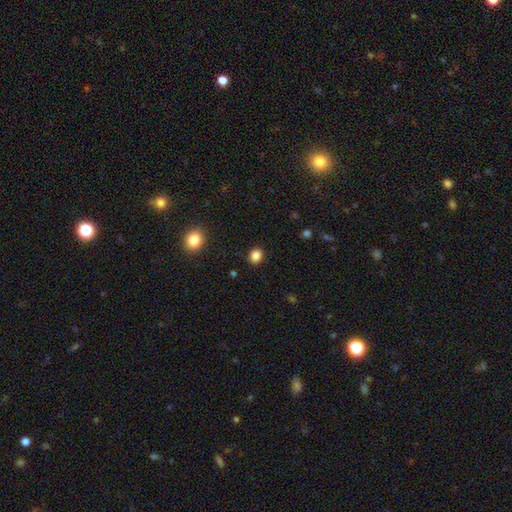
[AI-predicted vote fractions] Q: Smooth or featured?
A: smooth (86%); runner-up: star or artifact (11%)
Q: How rounded?
A: round (63%); runner-up: in between (36%)
Q: Merging?
A: none (89%); runner-up: minor disturbance (7%)